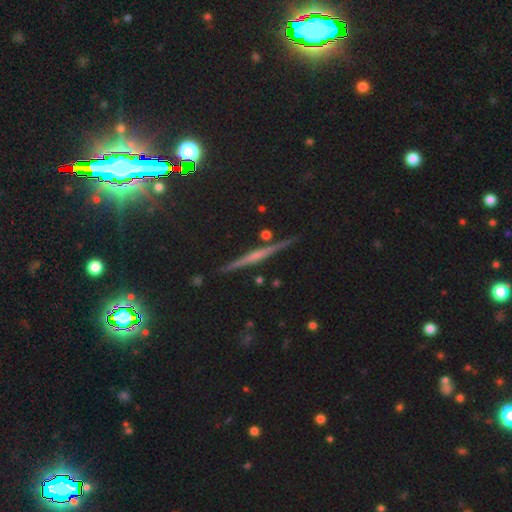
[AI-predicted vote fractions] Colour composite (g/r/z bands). It shows a featured or disk galaxy (63%) viewed edge-on (97%) with a rounded central bulge (48%). Merging: none (90%).